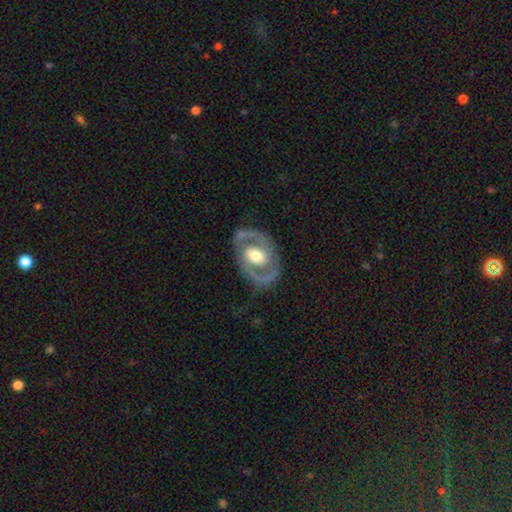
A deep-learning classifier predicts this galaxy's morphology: smooth-or-featured: featured or disk: 85% | smooth: 11% | star or artifact: 4%
  disk-edge-on: no: 96% | yes: 4%
    bar: no: 49% | weak: 34% | strong: 17%
    has-spiral-arms: yes: 83% | no: 17%
      spiral-winding: medium: 54% | tight: 28% | loose: 18%
      spiral-arm-count: 2: 90% | can't tell: 4% | 1: 3% | 3: 1% | 4: 1% | more than 4: 1%
    bulge-size: moderate: 69% | large: 18% | small: 11% | dominant: 1% | none: 1%
  merging: none: 80% | minor disturbance: 12% | major disturbance: 6% | merger: 1%